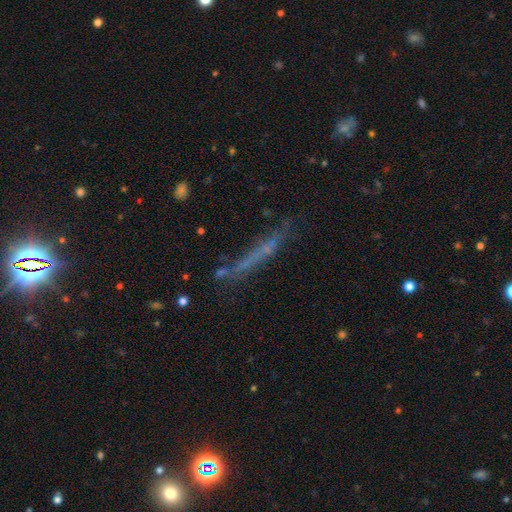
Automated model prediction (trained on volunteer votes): Smooth or featured? Predicted: smooth (p=0.41). Merging? Predicted: none (p=0.59).